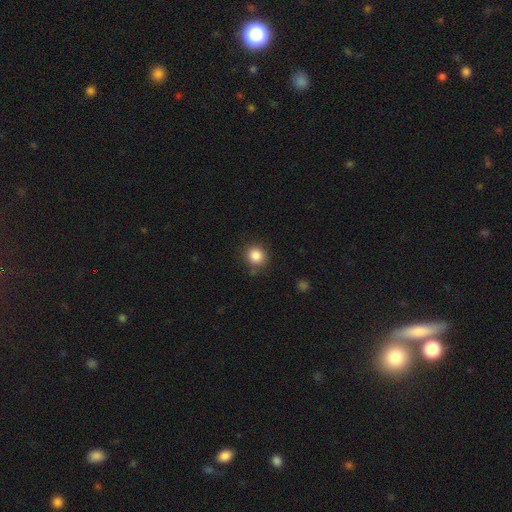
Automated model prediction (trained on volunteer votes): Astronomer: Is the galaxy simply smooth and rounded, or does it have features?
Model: smooth — 85%.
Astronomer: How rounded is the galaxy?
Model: round — 88%.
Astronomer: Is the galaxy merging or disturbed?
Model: none — 82%.